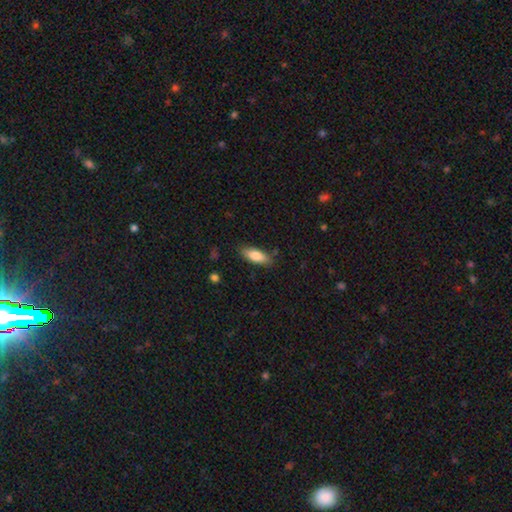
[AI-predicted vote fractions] Smooth or featured? Predicted: smooth (p=0.82). How rounded? Predicted: in between (p=0.73). Merging? Predicted: none (p=0.82).